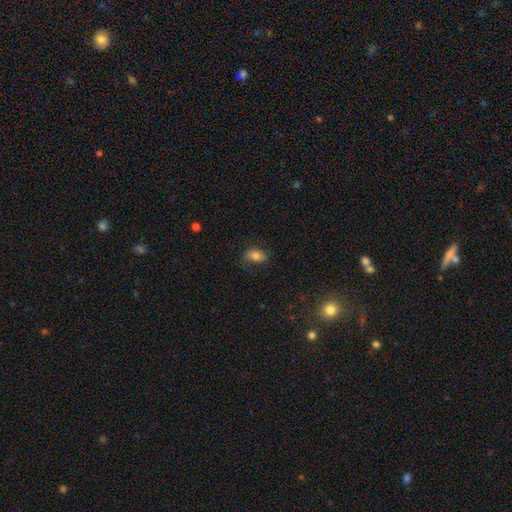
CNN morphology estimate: The model was most divided on "merging": none: 65%, minor disturbance: 24%, major disturbance: 10%, merger: 1%. More confident: how rounded — in between (88%); smooth or featured — smooth (74%).